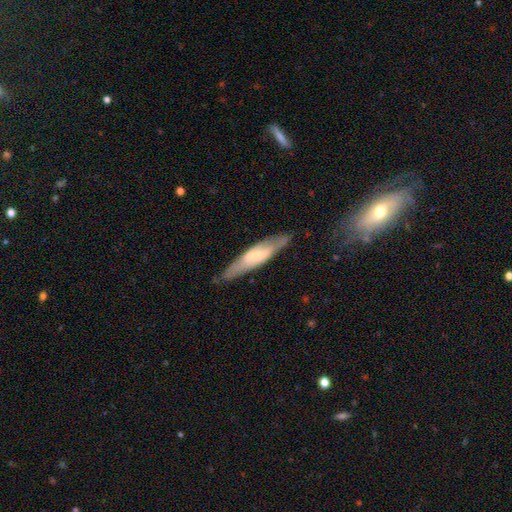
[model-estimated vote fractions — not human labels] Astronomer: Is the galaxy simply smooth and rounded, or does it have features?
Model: featured or disk — 49% (runner-up: smooth, 46%).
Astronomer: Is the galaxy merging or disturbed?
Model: none — 79%.